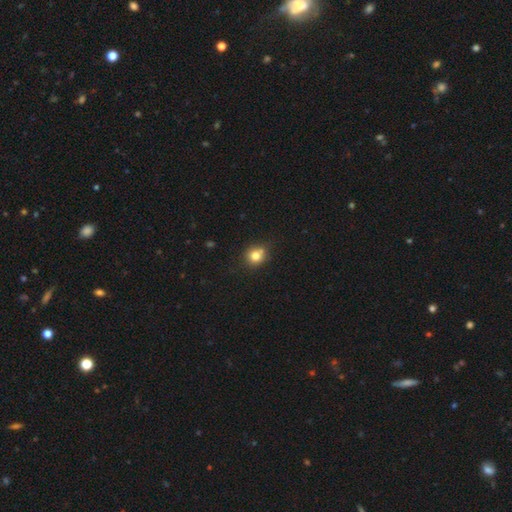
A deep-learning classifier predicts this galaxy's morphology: This appears to be a smooth galaxy with no disk features (79%) that is round (79%). Merging: none (69%).